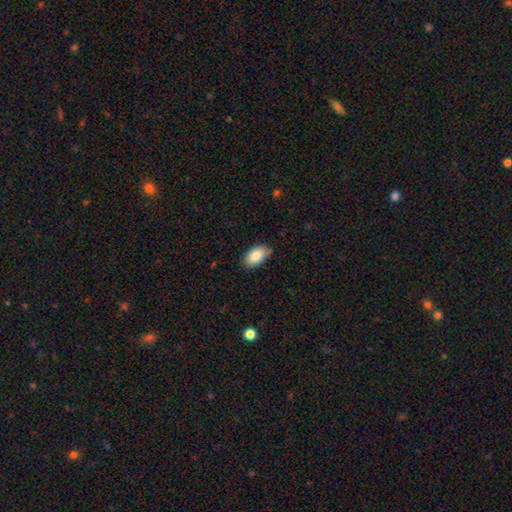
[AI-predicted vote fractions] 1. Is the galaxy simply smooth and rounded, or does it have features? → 86% smooth, 7% featured or disk, 7% star or artifact.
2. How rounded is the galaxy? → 94% in between, 5% round, 2% cigar-shaped.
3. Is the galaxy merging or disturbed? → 80% none, 17% minor disturbance, 2% major disturbance, 1% merger.